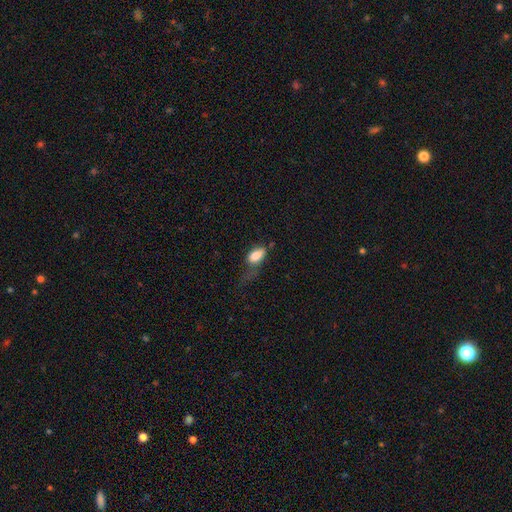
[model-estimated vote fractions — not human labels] This appears to be a smooth galaxy with no disk features (81%) that is in between round and cigar-shaped (89%). Merging: major disturbance (40%).